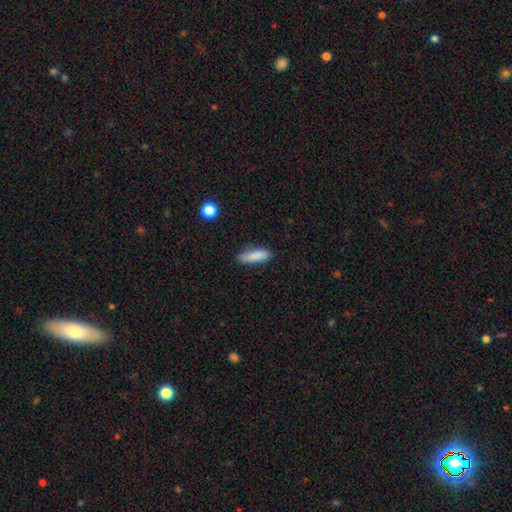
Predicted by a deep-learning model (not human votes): This is clearly a smooth galaxy (86%). How rounded: possibly cigar-shaped (53%). Merging: clearly none (82%).